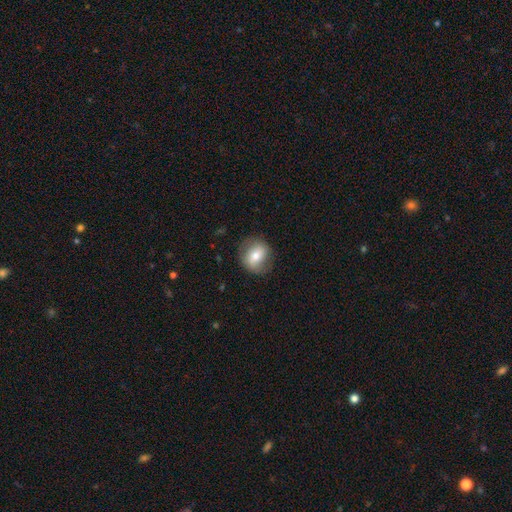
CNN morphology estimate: This is likely a smooth galaxy (63%). How rounded: likely round (66%). Merging: likely none (76%).